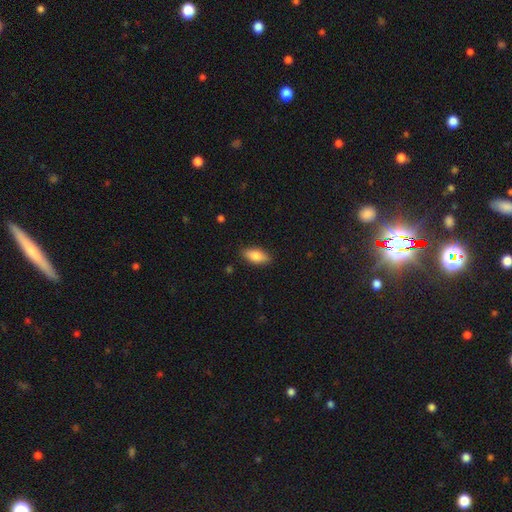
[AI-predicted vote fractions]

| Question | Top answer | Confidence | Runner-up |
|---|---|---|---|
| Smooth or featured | smooth | 78% | featured or disk (16%) |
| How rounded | in between | 84% | cigar-shaped (13%) |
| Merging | none | 86% | minor disturbance (11%) |